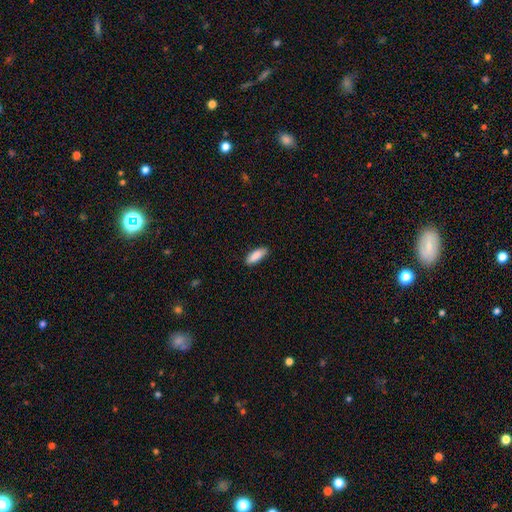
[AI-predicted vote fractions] Smooth or featured: smooth — 88% (featured or disk — 6%)
How rounded: in between — 68% (cigar-shaped — 30%)
Merging: none — 87% (minor disturbance — 10%)